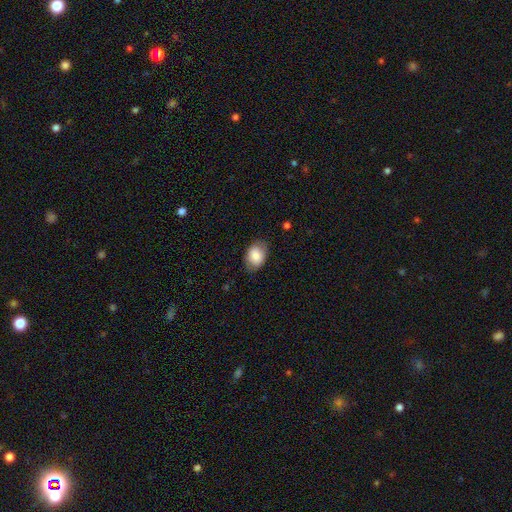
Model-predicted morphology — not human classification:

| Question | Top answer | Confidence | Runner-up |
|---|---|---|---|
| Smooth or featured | smooth | 84% | featured or disk (9%) |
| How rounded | in between | 74% | round (25%) |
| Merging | none | 76% | minor disturbance (19%) |